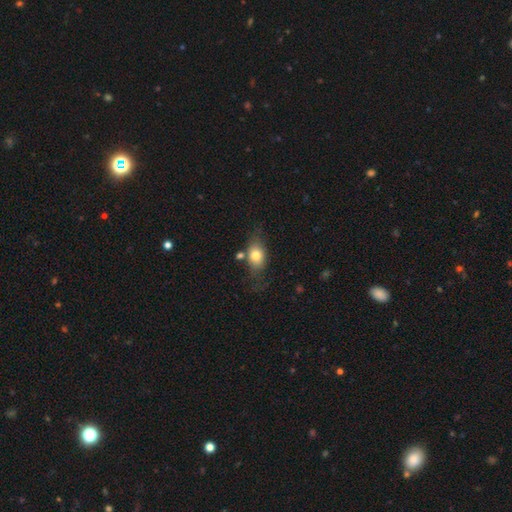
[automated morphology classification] This appears to be a smooth galaxy with no disk features (74%) that is in between round and cigar-shaped (73%). Merging: none (61%).